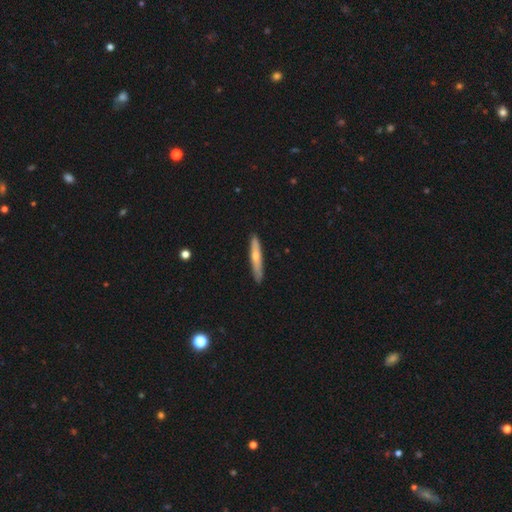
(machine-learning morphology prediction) A smooth galaxy with no disk features (48%). Merging: none (90%).